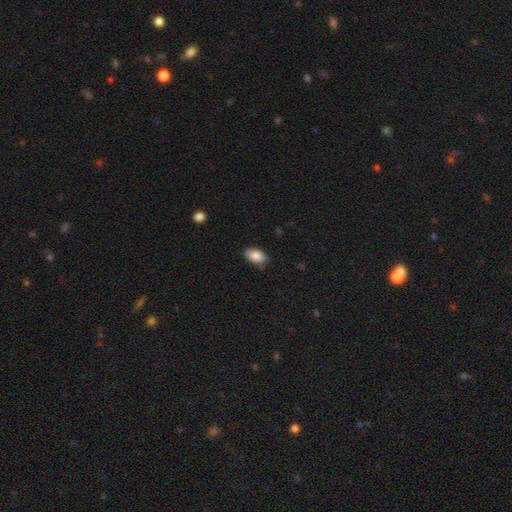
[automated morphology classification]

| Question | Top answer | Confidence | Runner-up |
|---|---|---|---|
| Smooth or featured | smooth | 86% | star or artifact (7%) |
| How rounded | in between | 93% | round (5%) |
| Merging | none | 81% | minor disturbance (15%) |